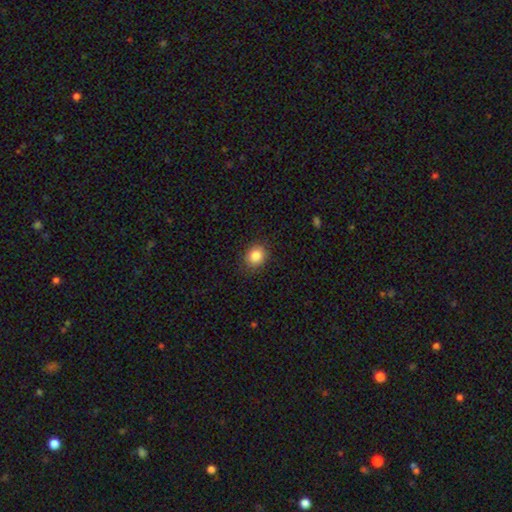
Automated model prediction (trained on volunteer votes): This is clearly a smooth galaxy (85%). How rounded: likely round (73%). Merging: clearly none (88%).